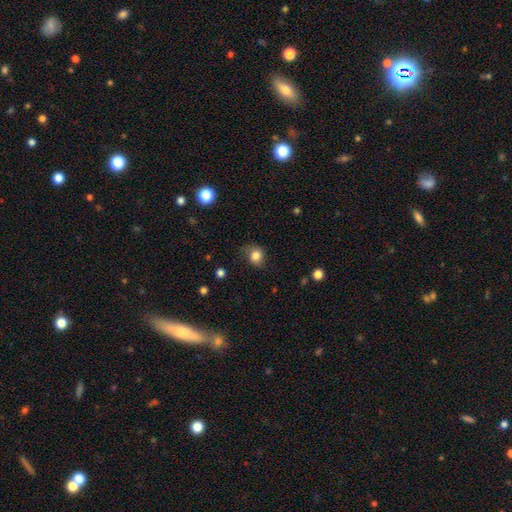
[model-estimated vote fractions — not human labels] Smooth or featured?
  - smooth: 81% *
  - star or artifact: 10%
  - featured or disk: 9%
How rounded?
  - round: 70% *
  - in between: 29%
  - cigar-shaped: 1%
Merging?
  - none: 64% *
  - minor disturbance: 26%
  - major disturbance: 9%
  - merger: 2%